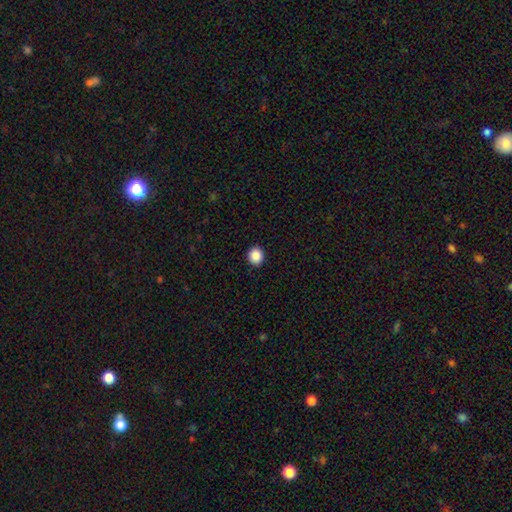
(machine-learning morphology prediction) A smooth galaxy with no disk features (88%) that is round (84%).

Vote fractions:
- Smooth or featured? smooth: 88% / star or artifact: 9% / featured or disk: 3%
- How rounded? round: 84% / in between: 15% / cigar-shaped: 1%
- Merging? none: 92% / minor disturbance: 5% / major disturbance: 2% / merger: 1%